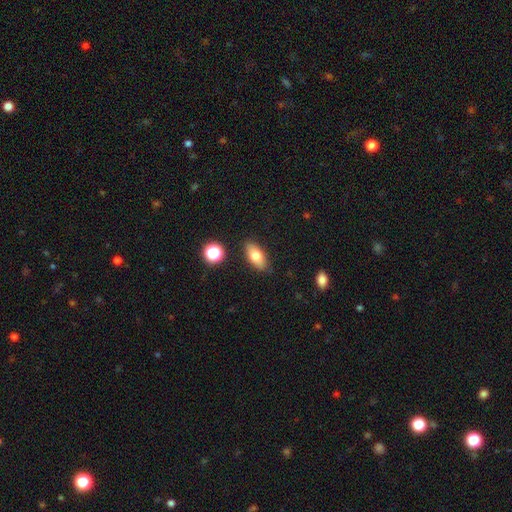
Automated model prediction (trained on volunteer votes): This appears to be a smooth galaxy with no disk features (75%) that is in between round and cigar-shaped (85%). Merging: none (86%).